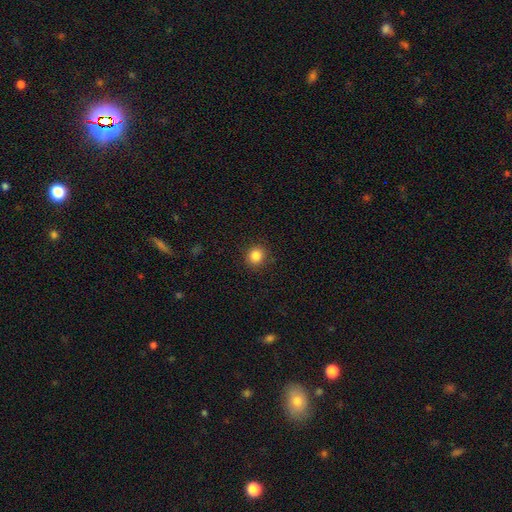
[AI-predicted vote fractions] This appears to be a smooth galaxy with no disk features (85%) that is round (85%). Merging: none (89%).